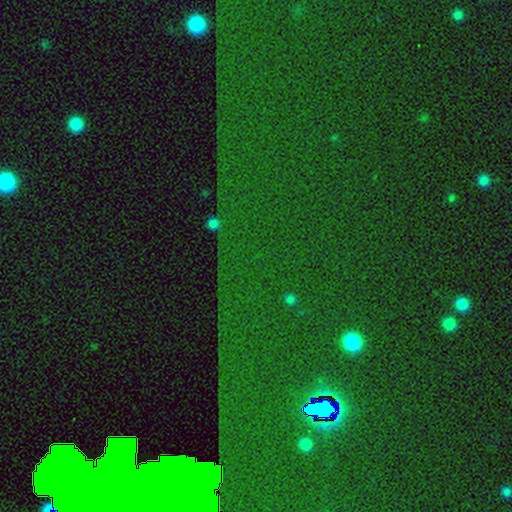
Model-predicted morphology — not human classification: Smooth or featured?
  - star or artifact: 79% *
  - smooth: 11%
  - featured or disk: 10%